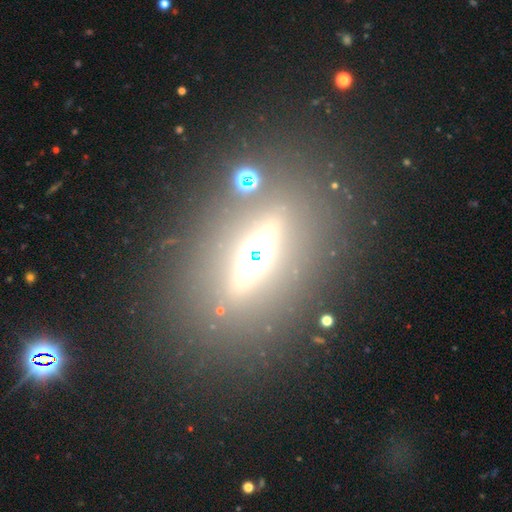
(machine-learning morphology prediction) The model was most divided on "smooth or featured": featured or disk: 58%, star or artifact: 26%, smooth: 16%. More confident: edge-on disk — yes (85%); merging — none (82%).